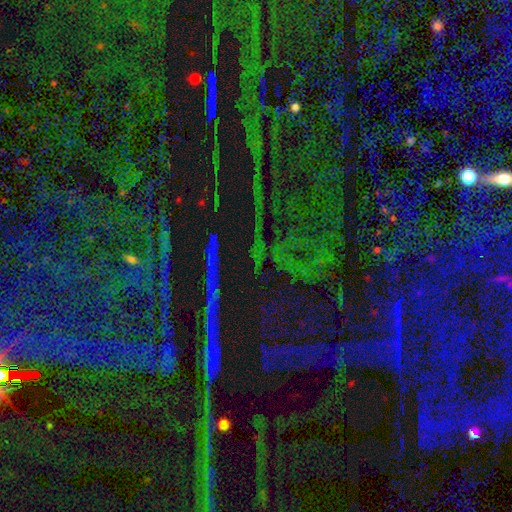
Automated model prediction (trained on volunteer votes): A star or artifact, not a galaxy (80%).